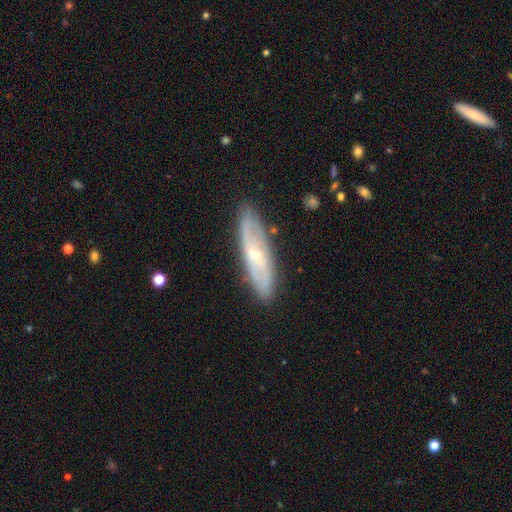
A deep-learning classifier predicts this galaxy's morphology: The model was most divided on "edge-on disk": no: 68%, yes: 32%. More confident: merging — none (83%); smooth or featured — featured or disk (65%).